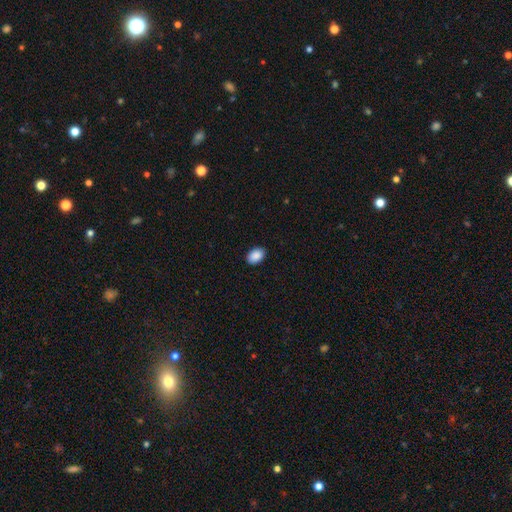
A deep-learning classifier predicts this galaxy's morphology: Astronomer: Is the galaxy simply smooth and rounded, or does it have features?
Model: smooth — 90%.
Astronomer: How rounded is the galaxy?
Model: in between — 86%.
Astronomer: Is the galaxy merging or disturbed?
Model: none — 89%.